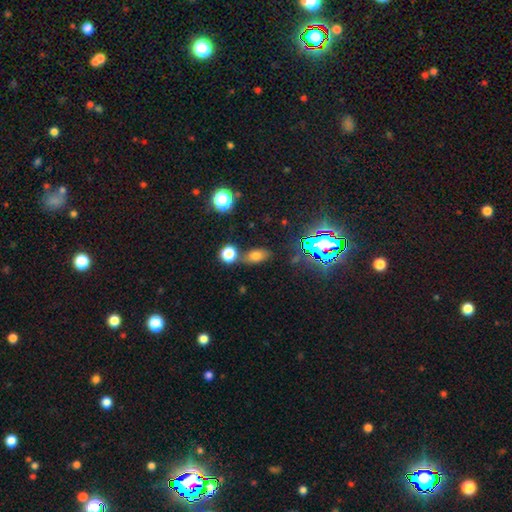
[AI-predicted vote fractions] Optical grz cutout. It shows a smooth galaxy with no disk features (67%) that is in between round and cigar-shaped (79%). Merging: none (67%).